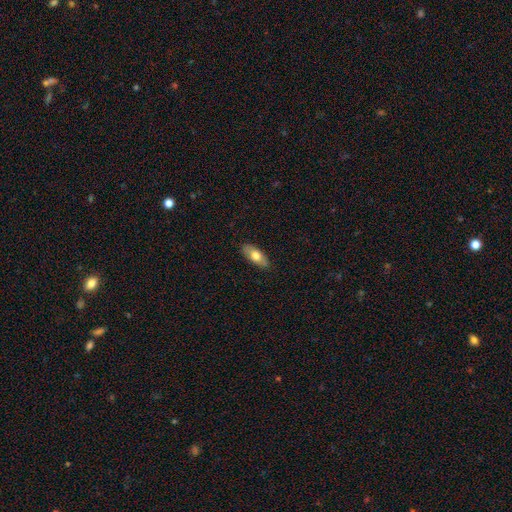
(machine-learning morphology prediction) Overall: smooth (71%). How rounded: in between (85%). Merging: none (88%).